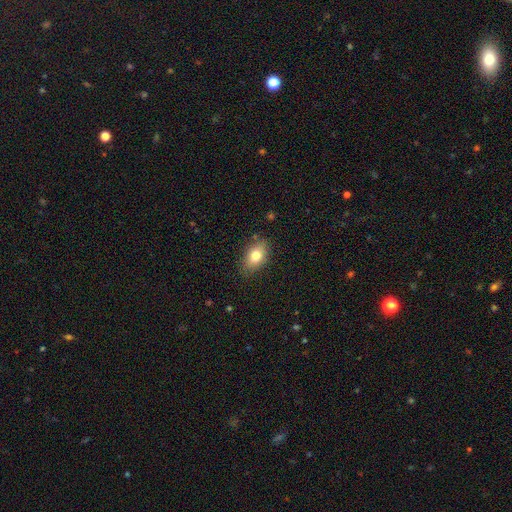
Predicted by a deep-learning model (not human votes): Smooth or featured?
  - smooth: 78% *
  - featured or disk: 13%
  - star or artifact: 8%
How rounded?
  - in between: 86% *
  - round: 12%
  - cigar-shaped: 3%
Merging?
  - none: 83% *
  - minor disturbance: 13%
  - major disturbance: 3%
  - merger: 1%